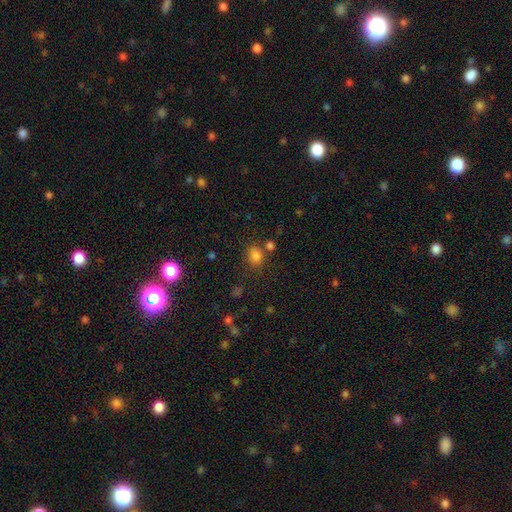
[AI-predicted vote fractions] Overall: smooth (80%). How rounded: in between (53%; round 46%). Merging: none (68%).